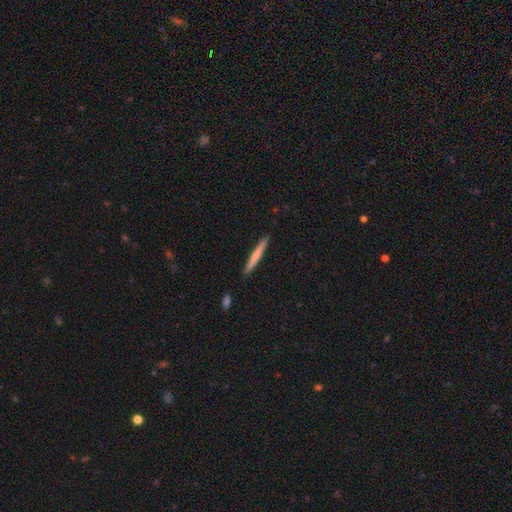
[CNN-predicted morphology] This appears to be a smooth galaxy with no disk features (65%) that is cigar-shaped (96%). Merging: none (91%).